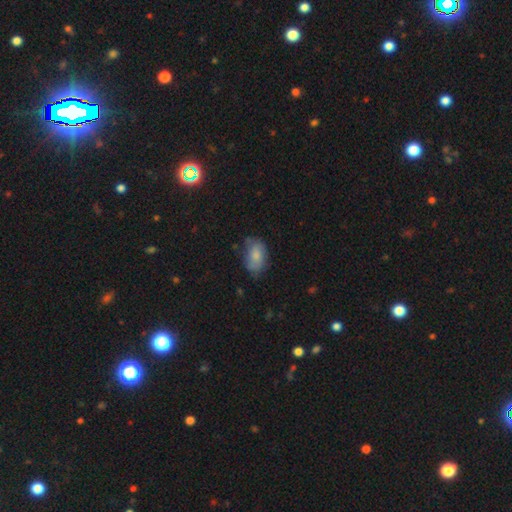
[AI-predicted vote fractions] A smooth galaxy with no disk features (74%) that is in between round and cigar-shaped (89%). Merging: none (59%).